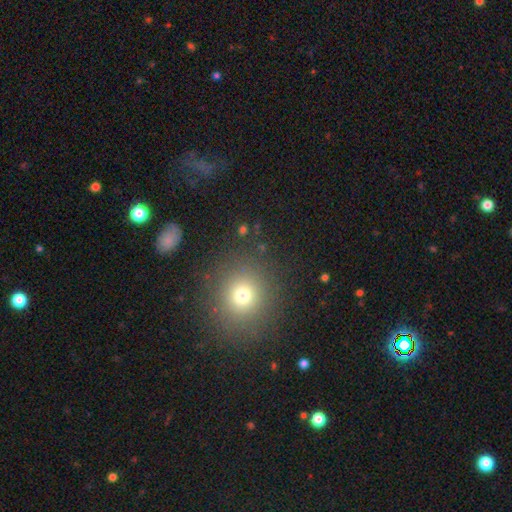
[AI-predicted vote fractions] smooth_or_featured: smooth (p=0.66) [alt: star or artifact p=0.25]
how_rounded: round (p=0.88) [alt: in between p=0.11]
merging: none (p=0.88) [alt: minor disturbance p=0.07]